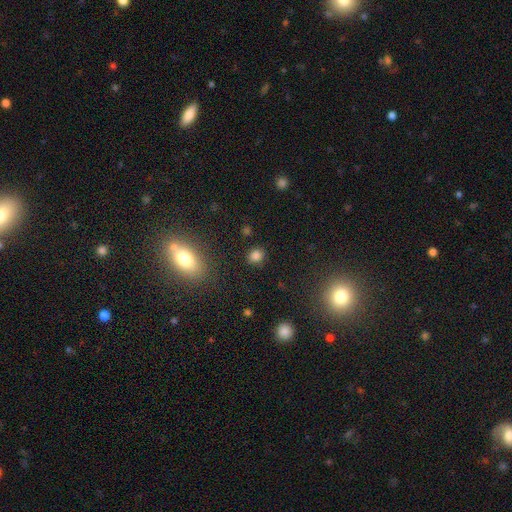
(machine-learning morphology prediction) Overall: smooth (82%). How rounded: round (69%; in between 30%). Merging: none (87%).